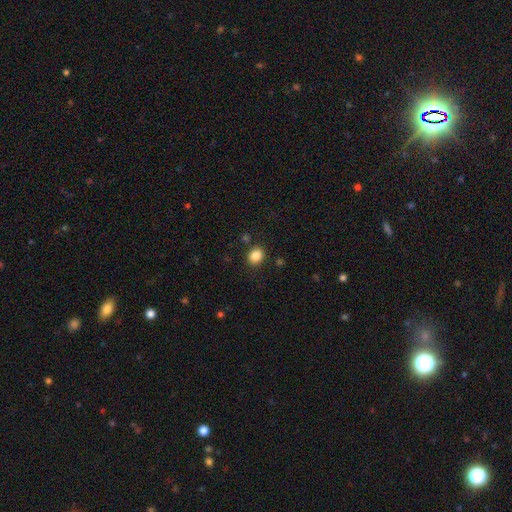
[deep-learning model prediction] This appears to be a smooth galaxy with no disk features (86%) that is round (65%). Merging: none (86%).